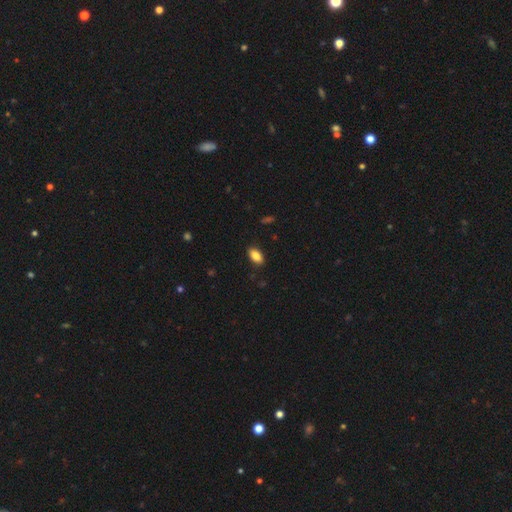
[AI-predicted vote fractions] This appears to be a smooth galaxy with no disk features (86%) that is in between round and cigar-shaped (91%). Merging: none (88%).